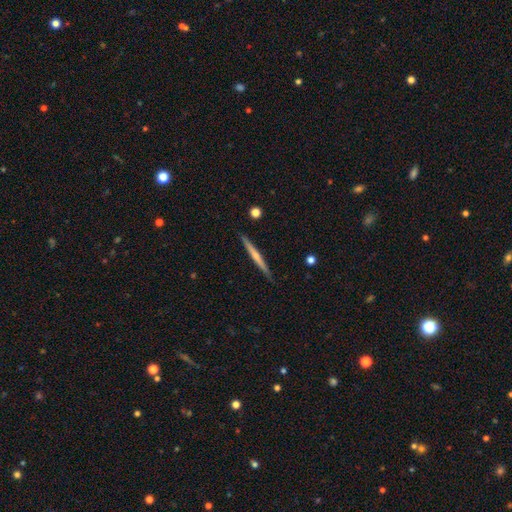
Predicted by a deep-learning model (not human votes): Smooth or featured: featured or disk — 57% (smooth — 38%)
Edge-on disk: yes — 97% (no — 3%)
Edge-on bulge: rounded — 50% (none — 45%)
Merging: none — 88% (minor disturbance — 9%)